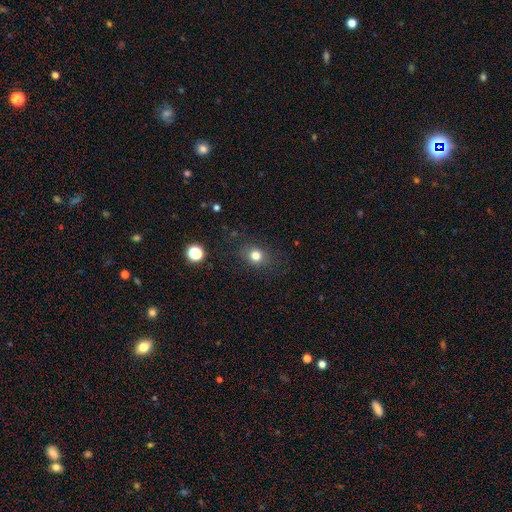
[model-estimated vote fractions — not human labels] The model was most divided on "how rounded": round: 68%, in between: 31%, cigar-shaped: 1%. More confident: merging — none (83%); smooth or featured — smooth (79%).